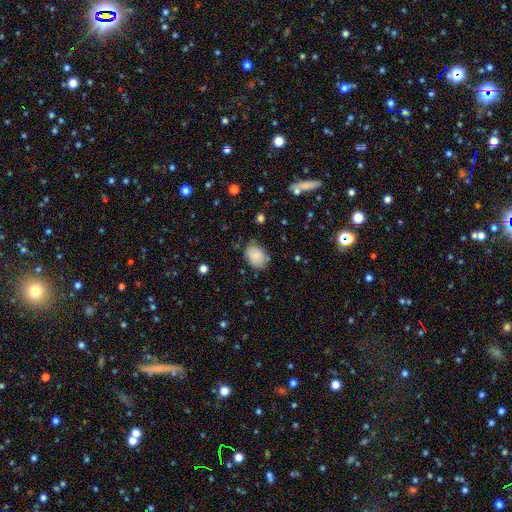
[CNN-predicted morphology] Smooth or featured? Predicted: smooth (p=0.83). How rounded? Predicted: in between (p=0.61). Merging? Predicted: none (p=0.70).